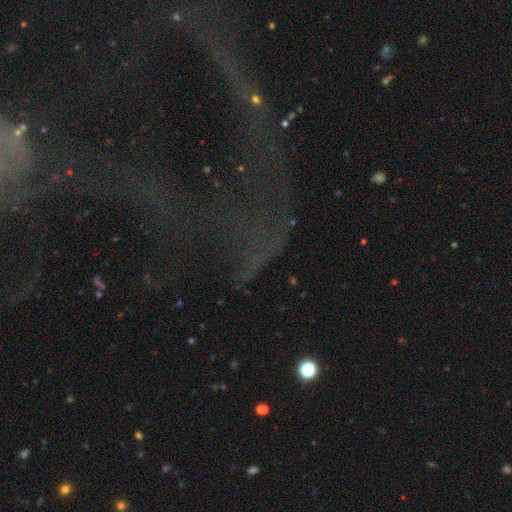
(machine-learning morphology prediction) This appears to be a star or artifact, not a galaxy (71%).